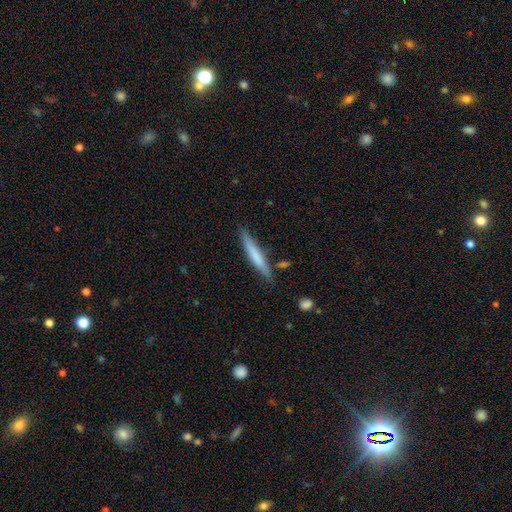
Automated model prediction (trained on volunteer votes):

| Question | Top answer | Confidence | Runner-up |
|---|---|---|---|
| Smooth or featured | smooth | 66% | featured or disk (28%) |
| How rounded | cigar-shaped | 94% | in between (5%) |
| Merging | none | 83% | minor disturbance (12%) |